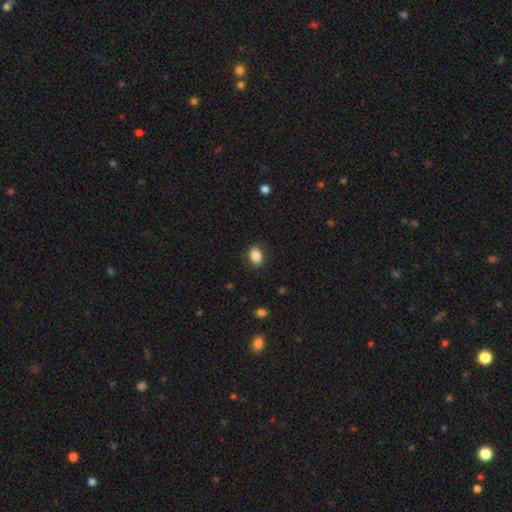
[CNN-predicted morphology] The model was most divided on "how rounded": in between: 71%, round: 28%, cigar-shaped: 1%. More confident: smooth or featured — smooth (86%); merging — none (86%).